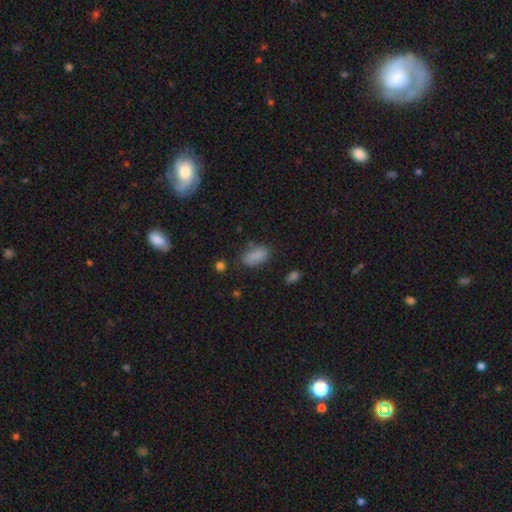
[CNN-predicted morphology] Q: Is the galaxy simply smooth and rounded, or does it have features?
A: smooth — 83%.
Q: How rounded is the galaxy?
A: in between — 90%.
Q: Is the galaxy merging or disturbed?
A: none — 68%.